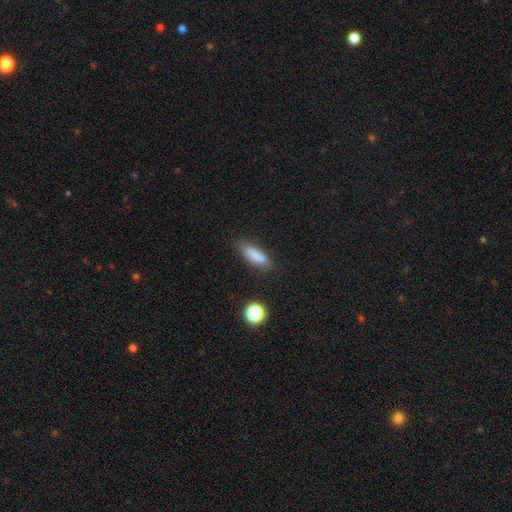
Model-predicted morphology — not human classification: A smooth galaxy with no disk features (80%) that is in between round and cigar-shaped (50%).

Vote fractions:
- Smooth or featured? smooth: 80% / star or artifact: 10% / featured or disk: 10%
- How rounded? in between: 50% / cigar-shaped: 47% / round: 3%
- Merging? none: 70% / minor disturbance: 20% / major disturbance: 5% / merger: 4%